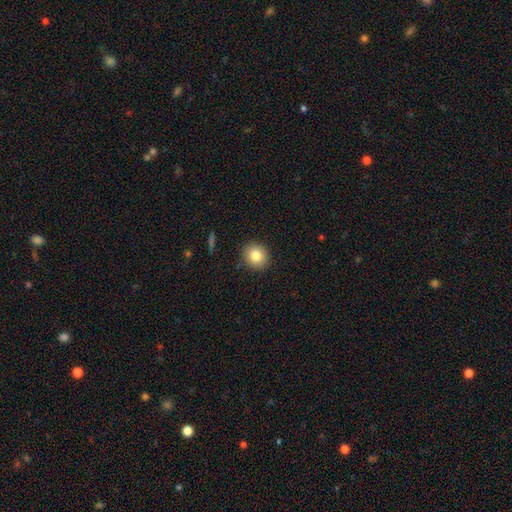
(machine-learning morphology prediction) The model was most divided on "how rounded": round: 82%, in between: 17%, cigar-shaped: 1%. More confident: merging — none (90%); smooth or featured — smooth (82%).